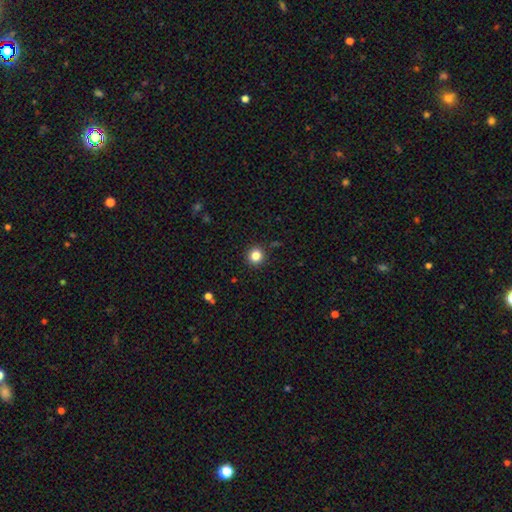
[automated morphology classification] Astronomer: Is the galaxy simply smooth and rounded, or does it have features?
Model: smooth — 84%.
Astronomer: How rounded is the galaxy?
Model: round — 93%.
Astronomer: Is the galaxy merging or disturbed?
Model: none — 91%.